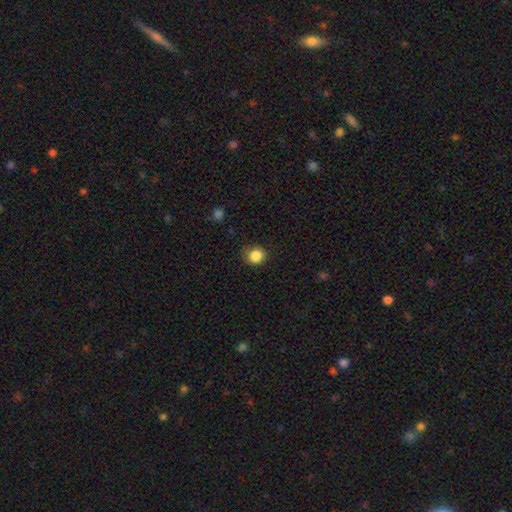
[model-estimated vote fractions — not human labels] Overall: smooth (86%). How rounded: round (84%). Merging: none (79%).